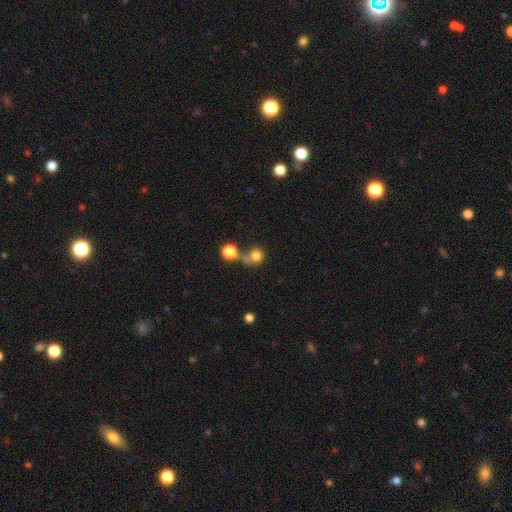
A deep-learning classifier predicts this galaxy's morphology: smooth 78%, star or artifact 12%, featured or disk 10%. Down the decision tree: how rounded — round (85%); merging — none (41%).